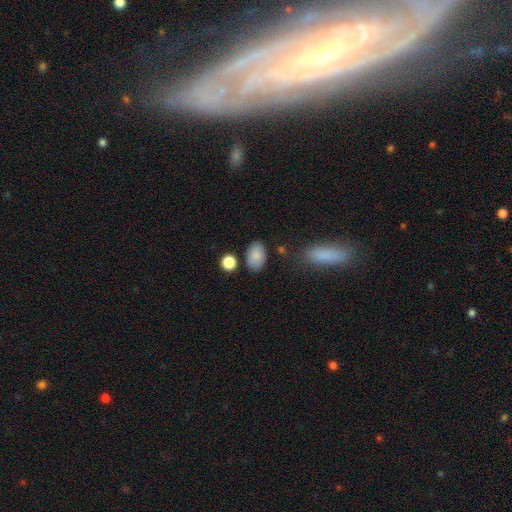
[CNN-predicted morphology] Q: Smooth or featured?
A: smooth (86%); runner-up: star or artifact (8%)
Q: How rounded?
A: in between (88%); runner-up: round (10%)
Q: Merging?
A: none (77%); runner-up: minor disturbance (15%)